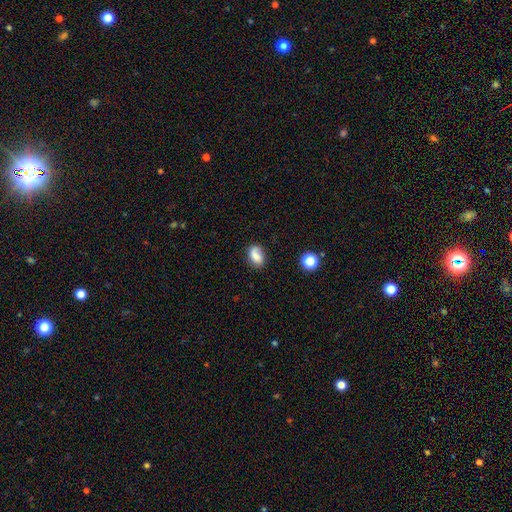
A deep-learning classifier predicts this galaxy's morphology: Smooth or featured?
  - smooth: 76% *
  - featured or disk: 14%
  - star or artifact: 11%
How rounded?
  - in between: 77% *
  - round: 21%
  - cigar-shaped: 2%
Merging?
  - none: 67% *
  - minor disturbance: 21%
  - major disturbance: 7%
  - merger: 5%